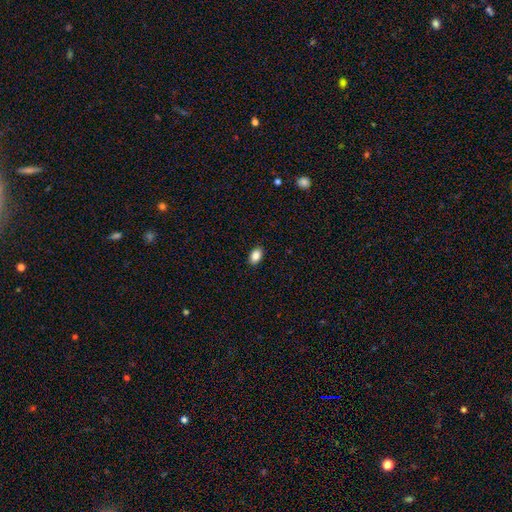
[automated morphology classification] Overall: smooth (87%). How rounded: in between (86%). Merging: none (90%).